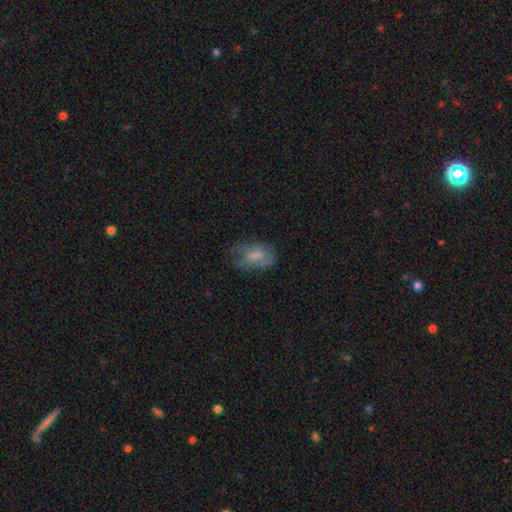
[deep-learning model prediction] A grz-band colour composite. It shows a smooth galaxy with no disk features (60%) that is in between round and cigar-shaped (87%). Merging: none (49%).